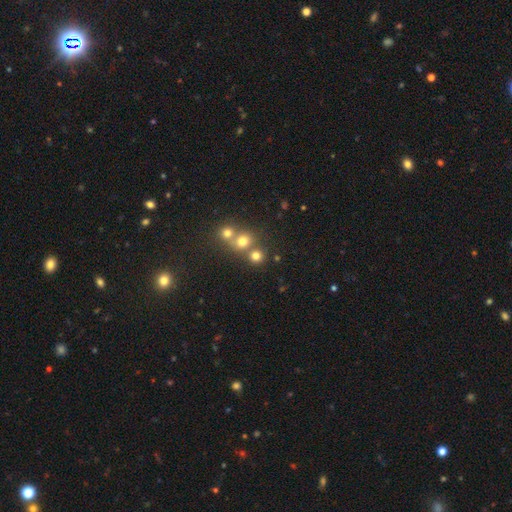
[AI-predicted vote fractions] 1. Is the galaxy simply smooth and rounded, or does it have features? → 73% smooth, 18% star or artifact, 9% featured or disk.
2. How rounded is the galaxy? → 87% round, 12% in between, 1% cigar-shaped.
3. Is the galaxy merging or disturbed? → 57% none, 33% merger, 6% minor disturbance, 3% major disturbance.